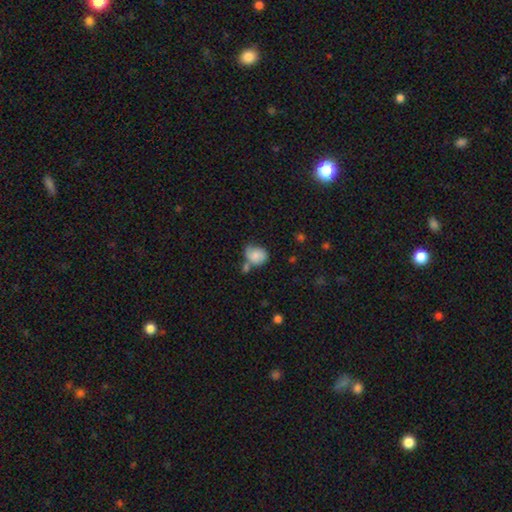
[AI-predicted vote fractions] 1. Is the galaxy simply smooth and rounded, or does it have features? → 69% smooth, 22% featured or disk, 9% star or artifact.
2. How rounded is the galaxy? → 53% round, 46% in between, 1% cigar-shaped.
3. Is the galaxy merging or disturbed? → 37% none, 29% minor disturbance, 23% merger, 12% major disturbance.